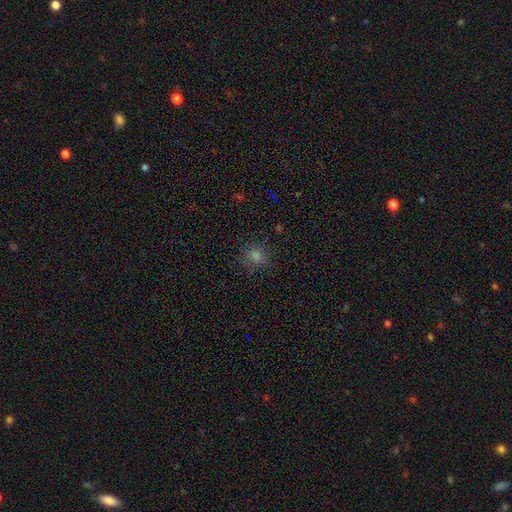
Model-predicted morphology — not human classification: Smooth or featured?
  - smooth: 72% *
  - star or artifact: 22%
  - featured or disk: 6%
How rounded?
  - round: 87% *
  - in between: 12%
  - cigar-shaped: 1%
Merging?
  - none: 86% *
  - minor disturbance: 10%
  - major disturbance: 3%
  - merger: 1%